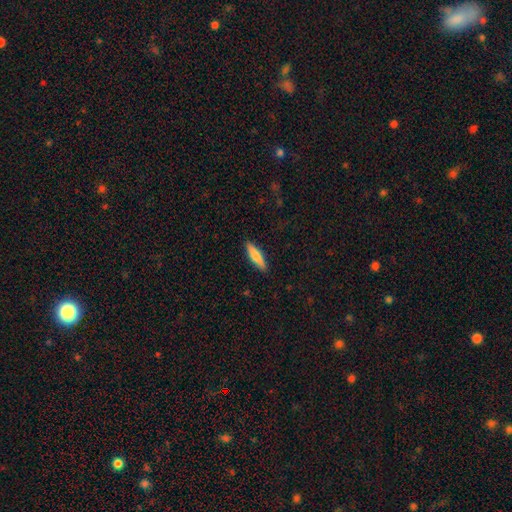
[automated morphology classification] Smooth or featured? smooth (74%)
How rounded? cigar-shaped (73%)
Merging? none (90%)